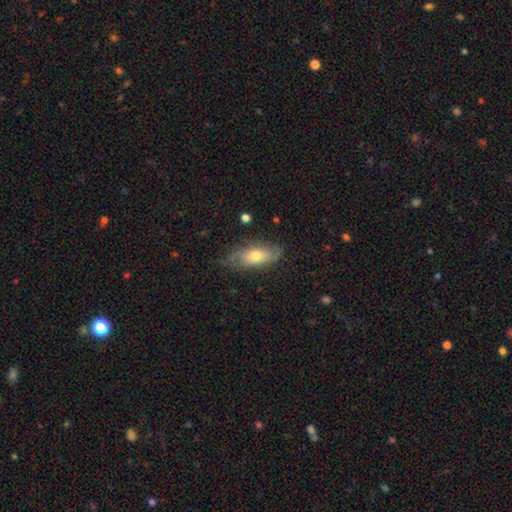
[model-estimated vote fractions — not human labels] The model was most divided on "smooth or featured": smooth: 52%, featured or disk: 42%, star or artifact: 7%. More confident: how rounded — in between (81%); merging — none (70%).